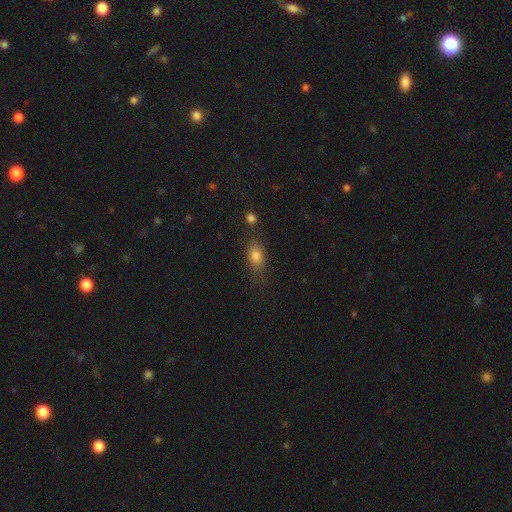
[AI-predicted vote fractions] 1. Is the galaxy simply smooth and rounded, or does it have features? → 79% smooth, 11% star or artifact, 10% featured or disk.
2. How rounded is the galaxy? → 76% in between, 16% round, 8% cigar-shaped.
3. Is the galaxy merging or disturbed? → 67% none, 20% minor disturbance, 7% major disturbance, 6% merger.